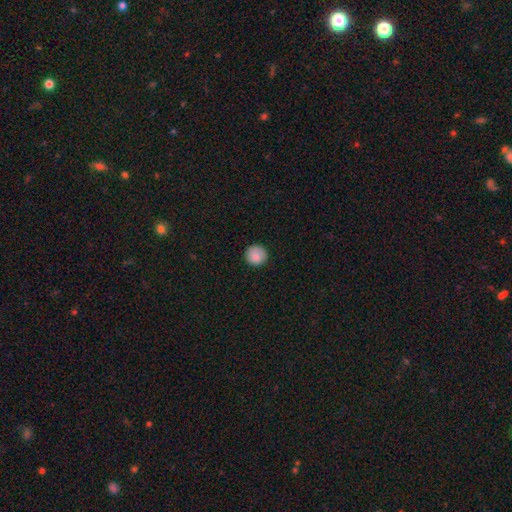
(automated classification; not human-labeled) This is clearly a smooth galaxy (86%). How rounded: clearly round (95%). Merging: clearly none (87%).